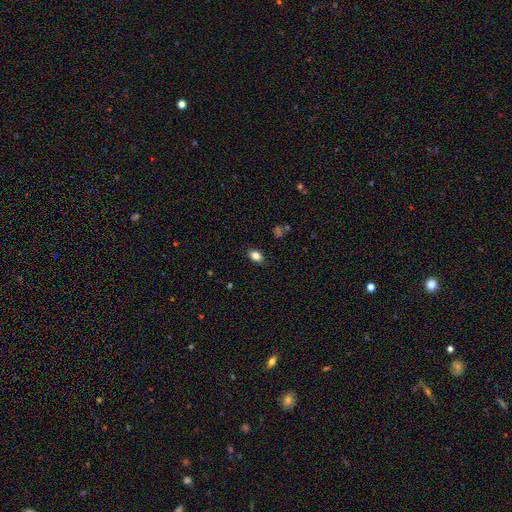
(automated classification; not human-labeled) Smooth or featured?
  - smooth: 84% *
  - star or artifact: 10%
  - featured or disk: 7%
How rounded?
  - in between: 83% *
  - round: 15%
  - cigar-shaped: 2%
Merging?
  - none: 87% *
  - minor disturbance: 10%
  - major disturbance: 2%
  - merger: 1%